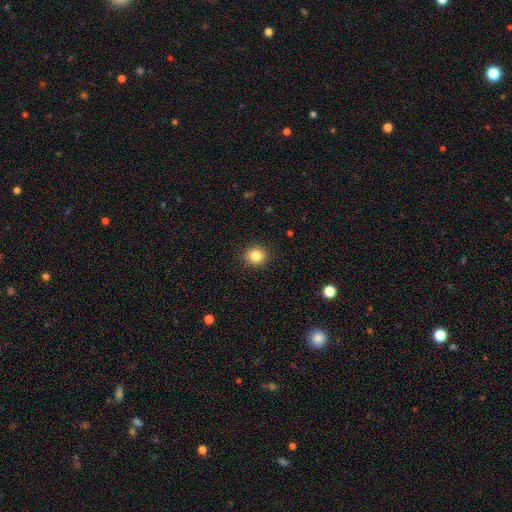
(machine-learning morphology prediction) This appears to be a smooth galaxy with no disk features (85%) that is round (88%). Merging: none (91%).